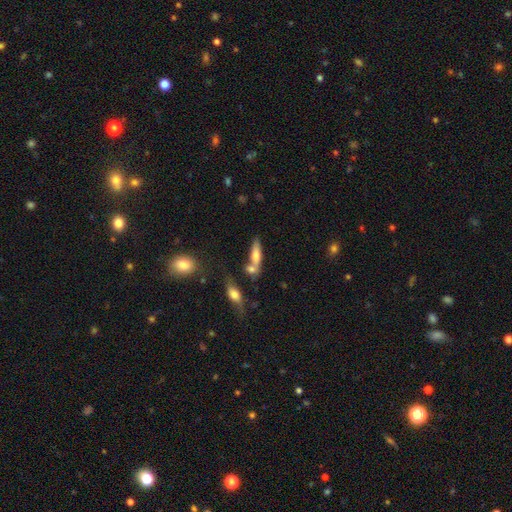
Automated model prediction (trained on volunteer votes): smooth 67%, featured or disk 25%, star or artifact 8%. Down the decision tree: how rounded — cigar-shaped (53%); merging — none (46%).